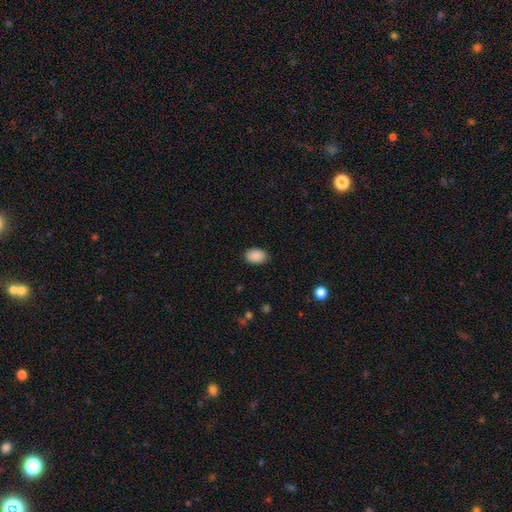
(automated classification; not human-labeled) smooth_or_featured: smooth (p=0.90) [alt: star or artifact p=0.08]
how_rounded: in between (p=0.86) [alt: round p=0.13]
merging: none (p=0.85) [alt: minor disturbance p=0.11]